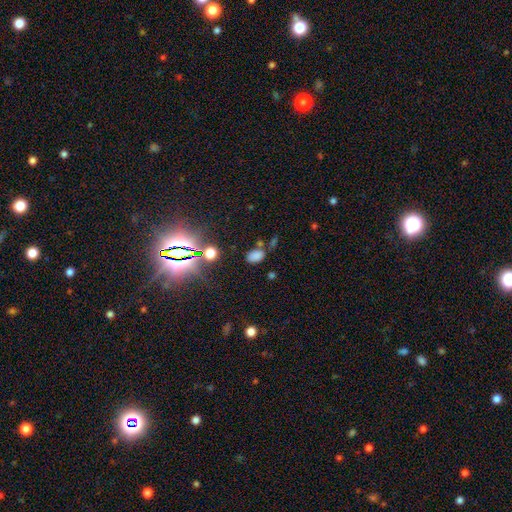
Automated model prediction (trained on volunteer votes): smooth 71%, star or artifact 23%, featured or disk 7%. Down the decision tree: how rounded — in between (87%); merging — none (67%).